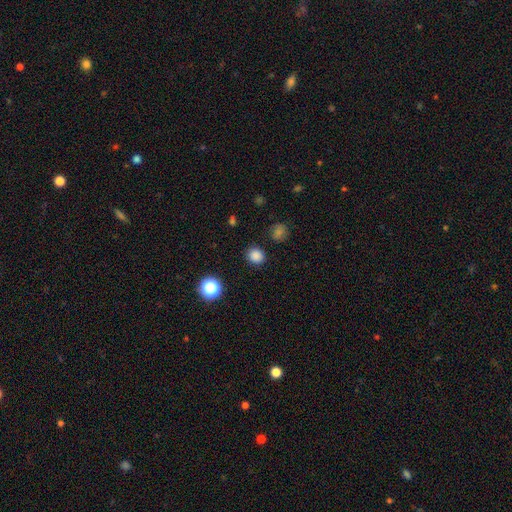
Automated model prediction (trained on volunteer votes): Smooth or featured?
  - smooth: 83% *
  - star or artifact: 14%
  - featured or disk: 3%
How rounded?
  - round: 87% *
  - in between: 13%
  - cigar-shaped: 1%
Merging?
  - none: 88% *
  - minor disturbance: 7%
  - major disturbance: 2%
  - merger: 2%